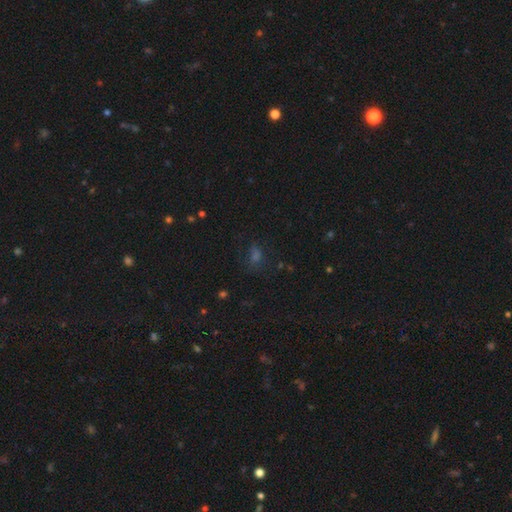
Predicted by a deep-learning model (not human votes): smooth_or_featured: smooth (p=0.50) [alt: star or artifact p=0.39]
merging: none (p=0.67) [alt: minor disturbance p=0.18]